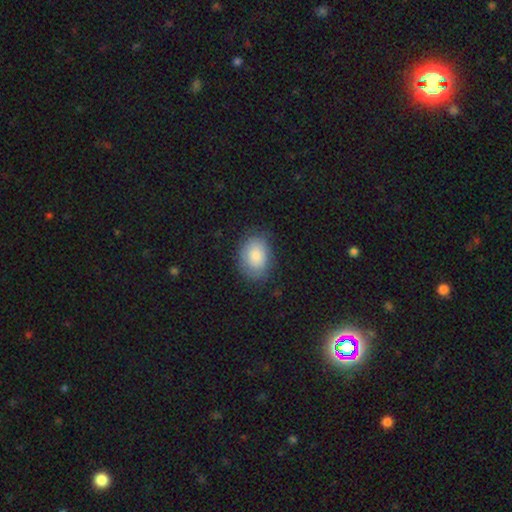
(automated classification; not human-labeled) A smooth galaxy with no disk features (83%) that is in between round and cigar-shaped (75%). Merging: none (80%).